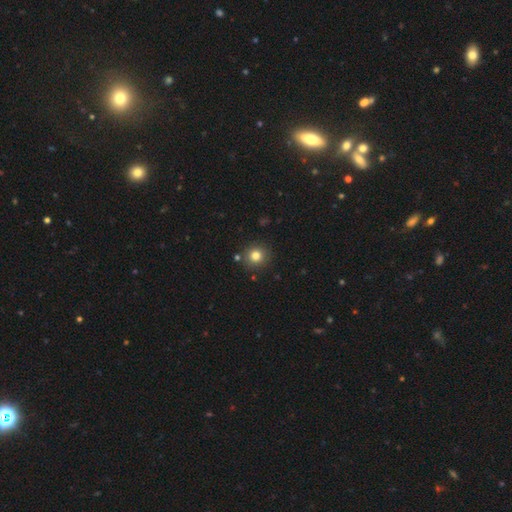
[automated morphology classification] The model was most divided on "smooth or featured": smooth: 80%, star or artifact: 13%, featured or disk: 7%. More confident: how rounded — round (93%); merging — none (87%).